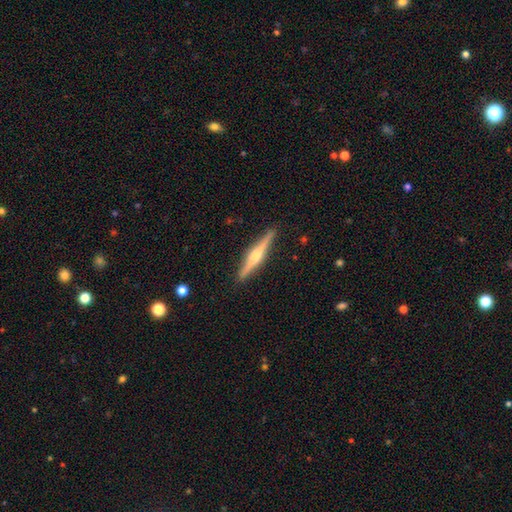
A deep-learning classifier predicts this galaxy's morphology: featured or disk 74%, smooth 21%, star or artifact 5%. Down the decision tree: edge-on disk — yes (98%); edge-on bulge — rounded (89%); merging — none (91%).